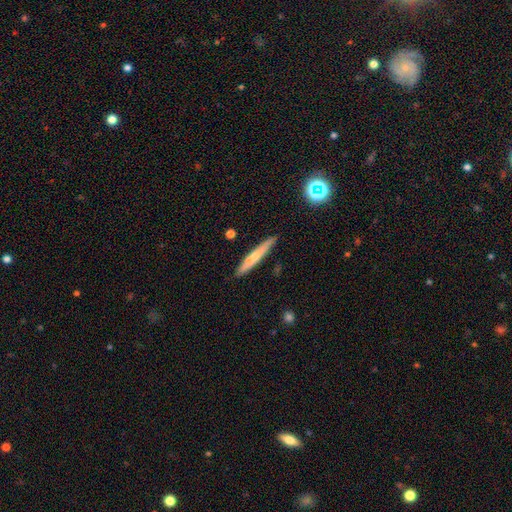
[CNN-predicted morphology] Smooth or featured?
  - smooth: 51% *
  - featured or disk: 42%
  - star or artifact: 7%
How rounded?
  - cigar-shaped: 94% *
  - in between: 4%
  - round: 2%
Merging?
  - none: 83% *
  - minor disturbance: 11%
  - merger: 3%
  - major disturbance: 2%